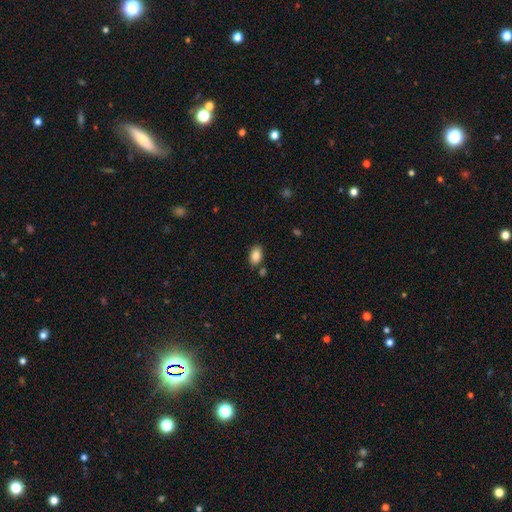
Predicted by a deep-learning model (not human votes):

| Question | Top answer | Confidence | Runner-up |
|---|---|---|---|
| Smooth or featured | smooth | 85% | star or artifact (8%) |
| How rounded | in between | 90% | round (9%) |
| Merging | none | 79% | minor disturbance (12%) |